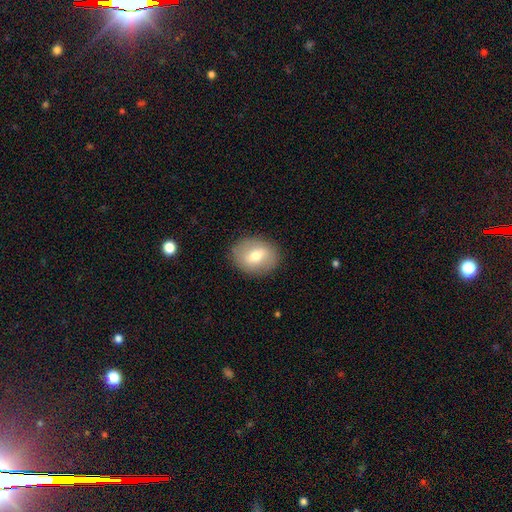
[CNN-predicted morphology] type=smooth (63%); roundness=round (50%); merging=none (87%).